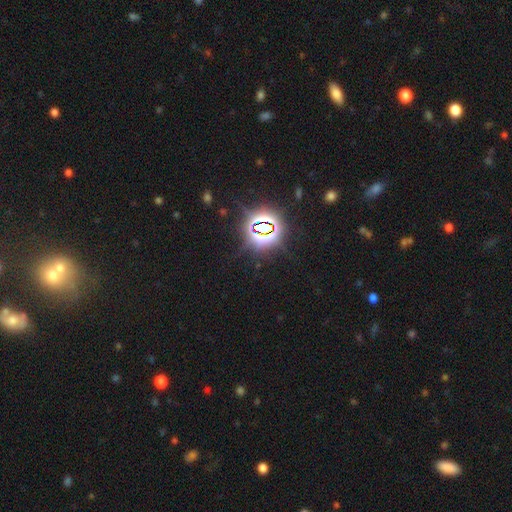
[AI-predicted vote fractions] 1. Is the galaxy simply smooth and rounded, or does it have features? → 79% star or artifact, 14% smooth, 8% featured or disk.